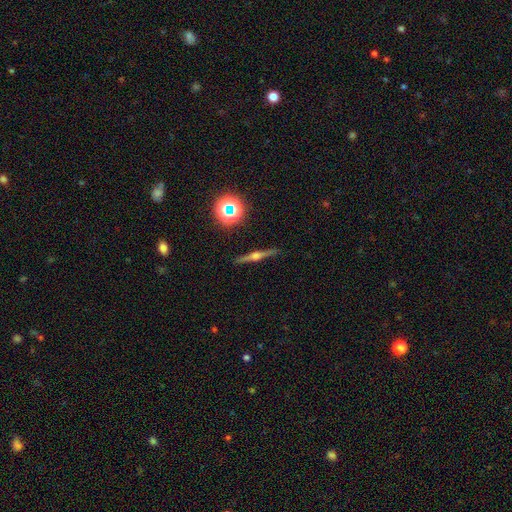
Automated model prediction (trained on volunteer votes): Q: Smooth or featured?
A: featured or disk (75%); runner-up: smooth (15%)
Q: Edge-on disk?
A: yes (98%); runner-up: no (2%)
Q: Edge-on bulge?
A: rounded (87%); runner-up: boxy (9%)
Q: Merging?
A: none (91%); runner-up: minor disturbance (7%)